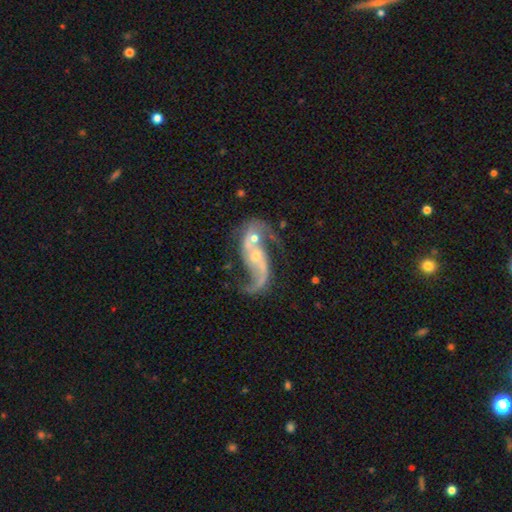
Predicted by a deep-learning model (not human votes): Smooth or featured? featured or disk (85%)
Edge-on disk? no (97%)
Bar? no (57%)
Spiral arms? yes (89%)
Spiral winding? loose (77%)
Spiral arm count? 2 (80%)
Bulge size? small (53%)
Merging? merger (47%)